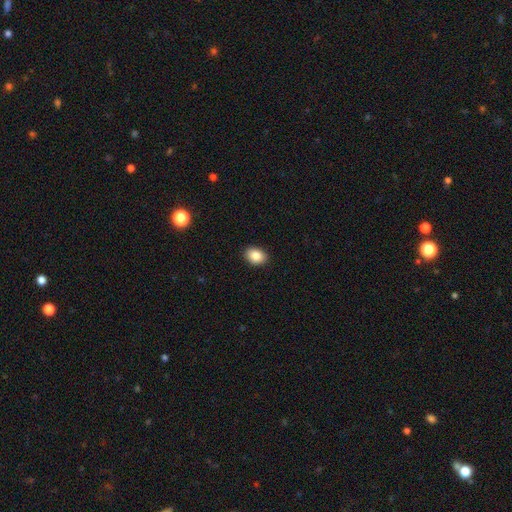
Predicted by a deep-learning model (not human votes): A smooth galaxy with no disk features (86%) that is in between round and cigar-shaped (69%). Merging: none (90%).